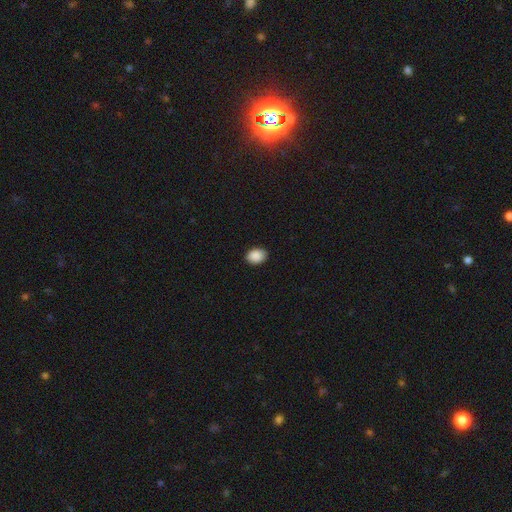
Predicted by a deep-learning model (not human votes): A smooth galaxy with no disk features (90%) that is in between round and cigar-shaped (73%). Merging: none (89%).